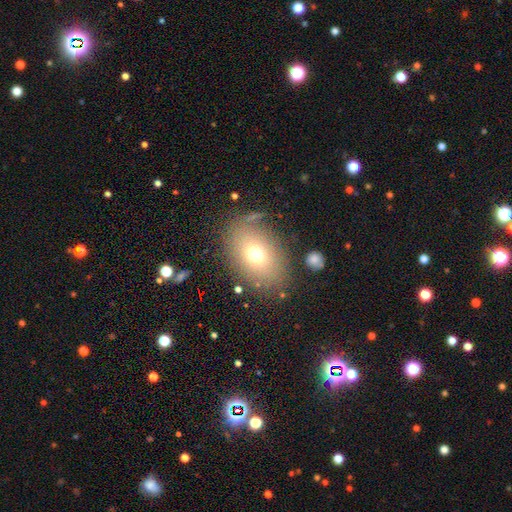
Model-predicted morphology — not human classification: smooth-or-featured: smooth: 69% | featured or disk: 18% | star or artifact: 13%
  how-rounded: in between: 78% | round: 21% | cigar-shaped: 1%
  merging: none: 78% | minor disturbance: 13% | major disturbance: 6% | merger: 4%